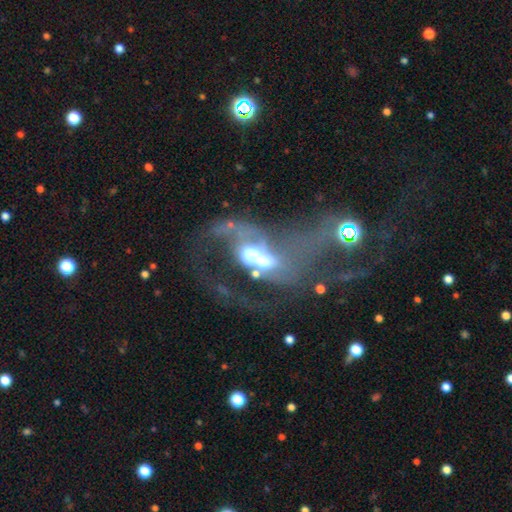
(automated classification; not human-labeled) Smooth or featured? featured or disk (74%)
Edge-on disk? no (96%)
Bar? no (54%)
Spiral arms? yes (65%)
Bulge size? moderate (46%)
Merging? merger (55%)